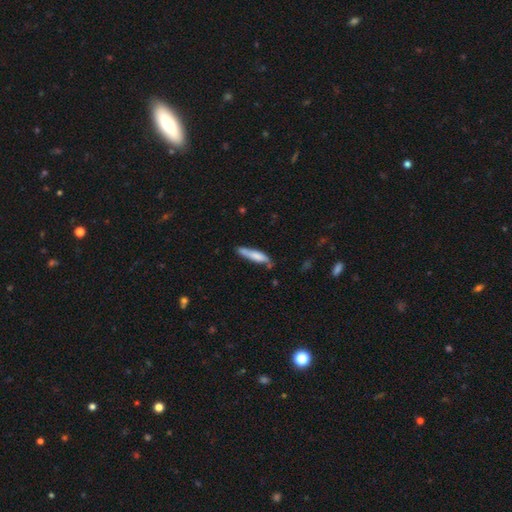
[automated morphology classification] A smooth galaxy with no disk features (72%) that is cigar-shaped (83%). Merging: none (63%).